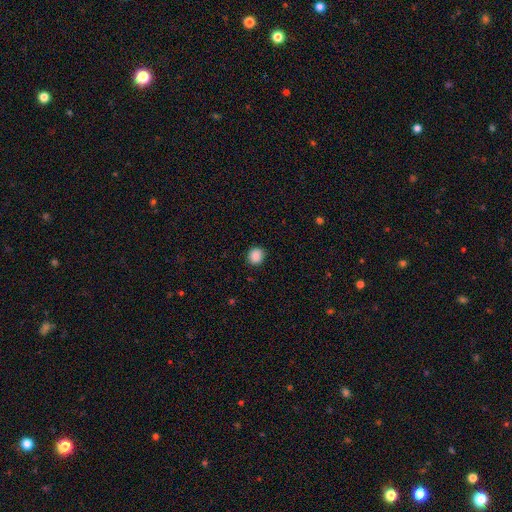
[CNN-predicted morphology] A smooth galaxy with no disk features (89%) that is round (84%). Merging: none (89%).